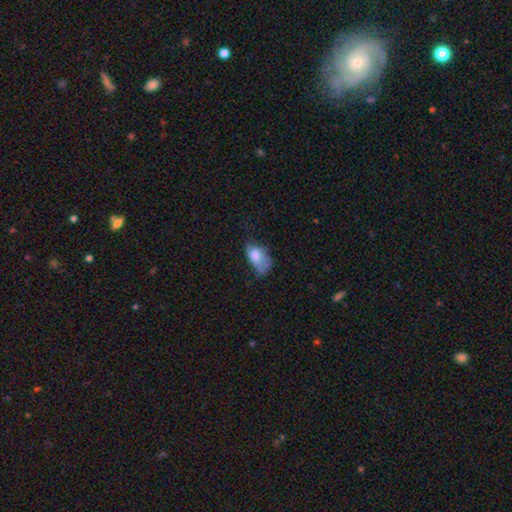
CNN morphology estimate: This appears to be a smooth galaxy with no disk features (69%) that is in between round and cigar-shaped (90%). Merging: major disturbance (37%).